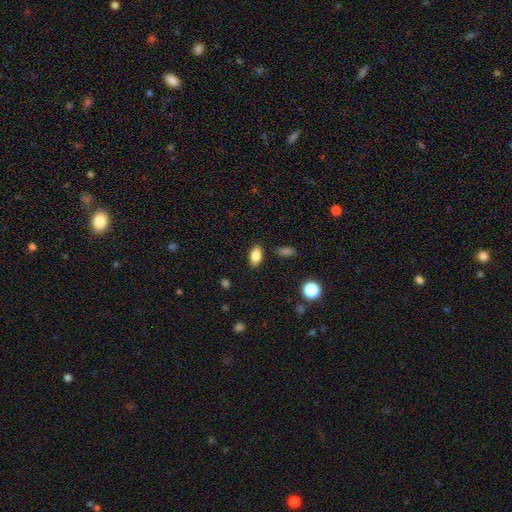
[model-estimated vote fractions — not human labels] smooth 82%, star or artifact 9%, featured or disk 9%. Down the decision tree: how rounded — in between (88%); merging — none (86%).